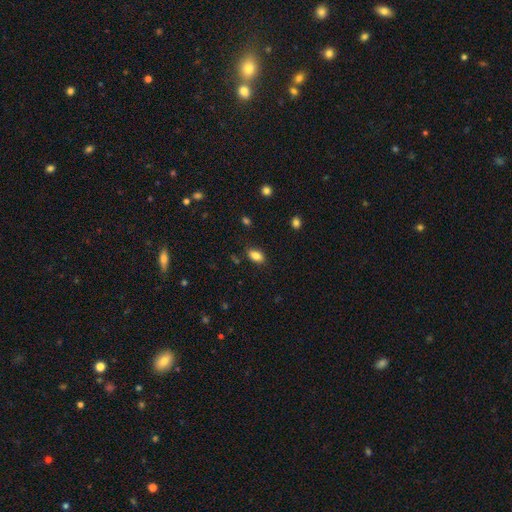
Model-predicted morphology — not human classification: Overall: smooth (84%). How rounded: in between (88%). Merging: none (83%).